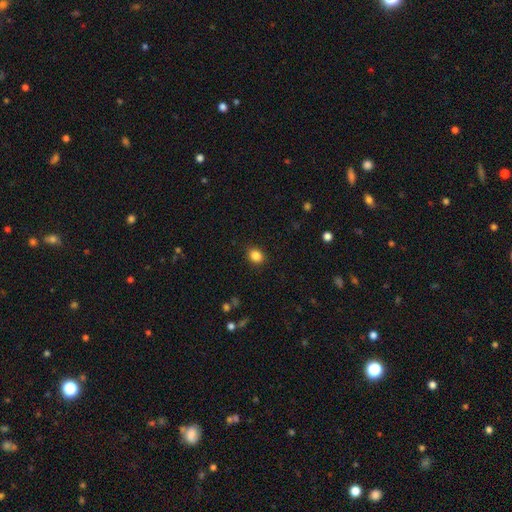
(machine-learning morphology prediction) This appears to be a smooth galaxy with no disk features (86%) that is round (56%). Merging: none (89%).